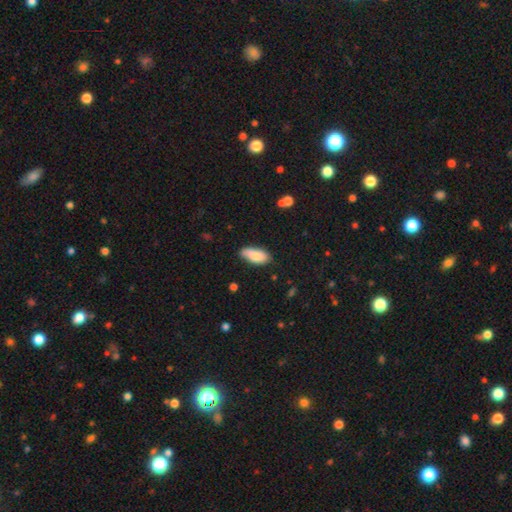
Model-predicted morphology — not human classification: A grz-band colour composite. It shows a smooth galaxy with no disk features (84%) that is in between round and cigar-shaped (88%). Merging: none (69%).